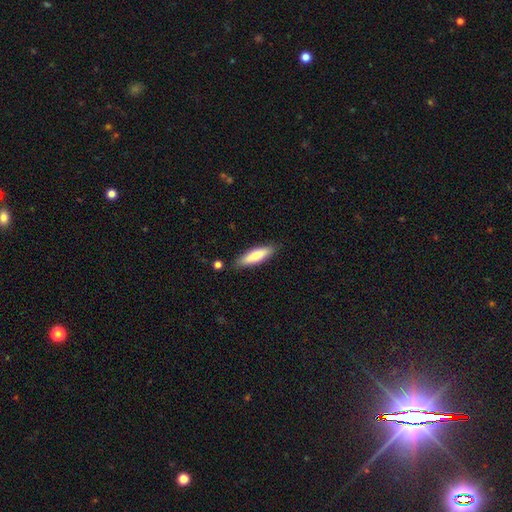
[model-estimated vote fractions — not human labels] smooth_or_featured: smooth (p=0.75) [alt: featured or disk p=0.19]
how_rounded: cigar-shaped (p=0.62) [alt: in between p=0.36]
merging: none (p=0.85) [alt: minor disturbance p=0.11]